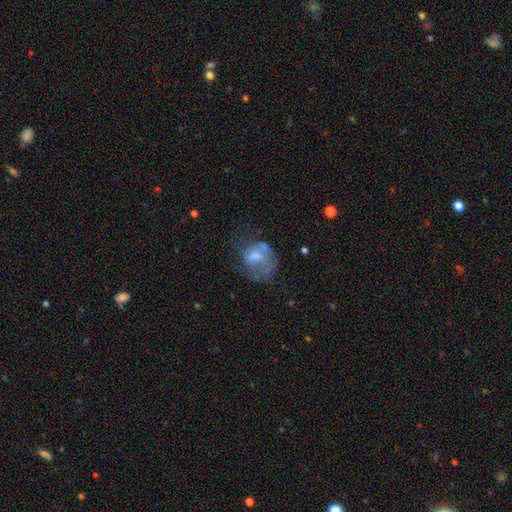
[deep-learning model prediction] Smooth or featured?
  - smooth: 45% *
  - featured or disk: 43%
  - star or artifact: 12%
Merging?
  - major disturbance: 35% *
  - none: 32%
  - minor disturbance: 24%
  - merger: 9%